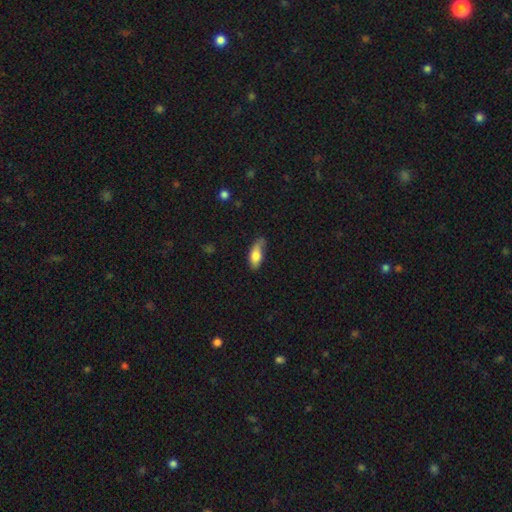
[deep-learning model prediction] Smooth or featured? Predicted: smooth (p=0.78). How rounded? Predicted: in between (p=0.78). Merging? Predicted: none (p=0.45).